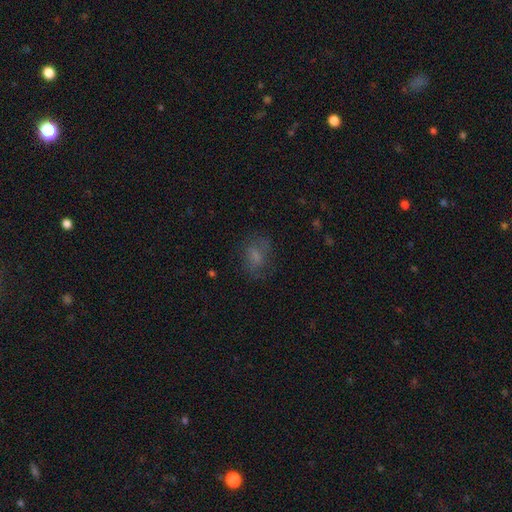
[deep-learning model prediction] This appears to be a smooth galaxy with no disk features (60%) that is in between round and cigar-shaped (69%). Merging: none (65%).